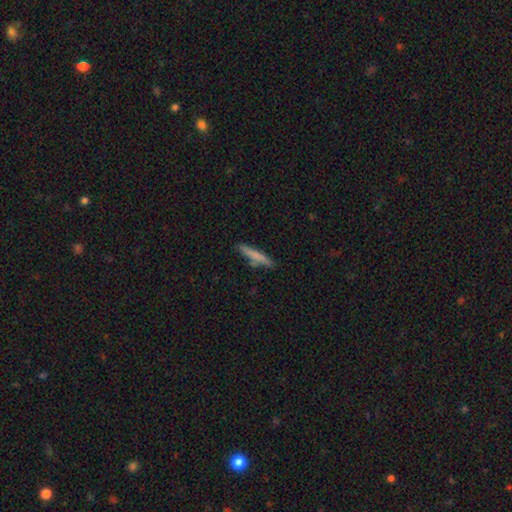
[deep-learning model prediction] Morphology: type=smooth (73%); roundness=cigar-shaped (92%); merging=none (80%).